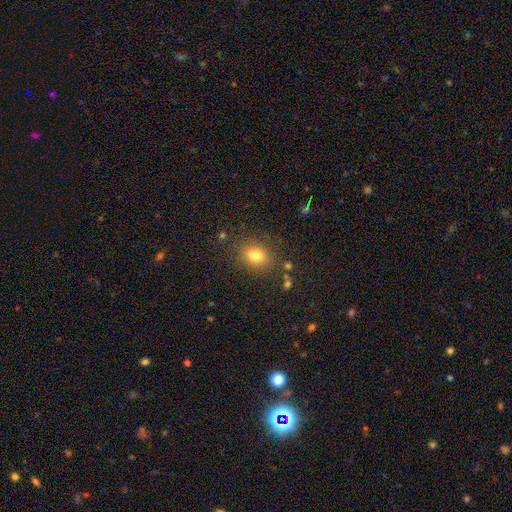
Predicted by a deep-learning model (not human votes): Morphology: type=smooth (79%); roundness=round (54%); merging=none (84%).